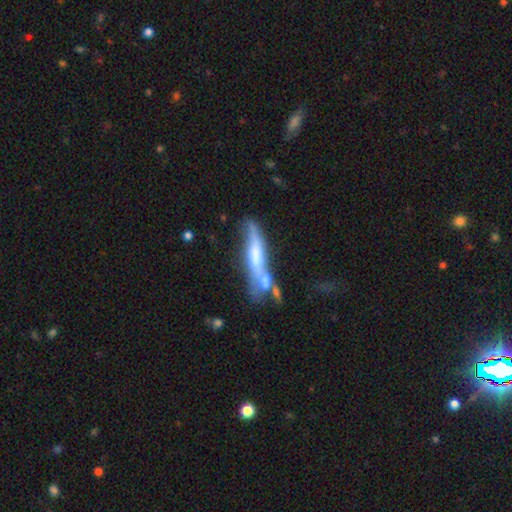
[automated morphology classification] The model was most divided on "merging": none: 35%, merger: 30%, minor disturbance: 21%, major disturbance: 13%. More confident: edge-on disk — yes (66%); smooth or featured — featured or disk (51%).